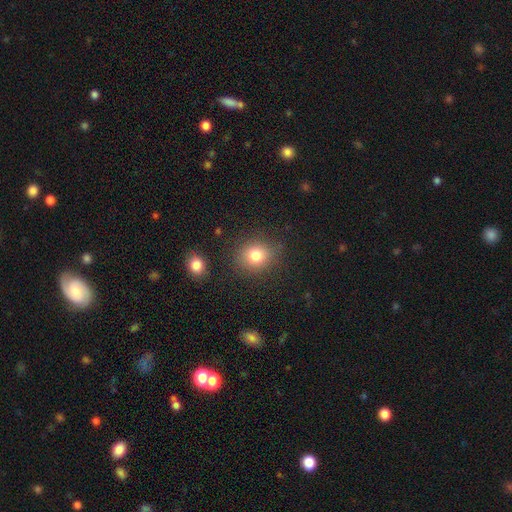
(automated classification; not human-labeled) smooth-or-featured: smooth: 80% | star or artifact: 12% | featured or disk: 8%
  how-rounded: round: 77% | in between: 22% | cigar-shaped: 1%
  merging: none: 83% | minor disturbance: 11% | major disturbance: 4% | merger: 3%